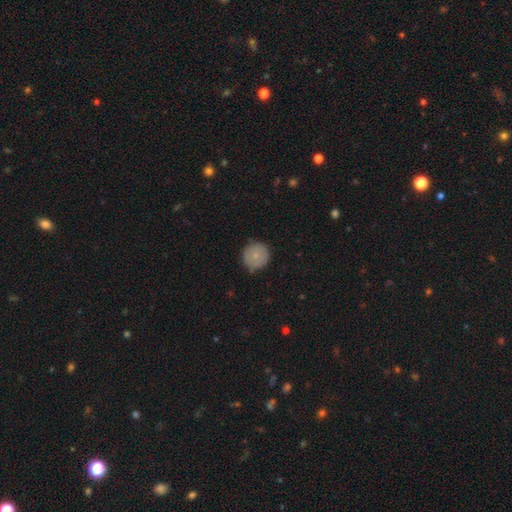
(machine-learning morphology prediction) type=smooth (76%); roundness=round (94%); merging=none (79%).